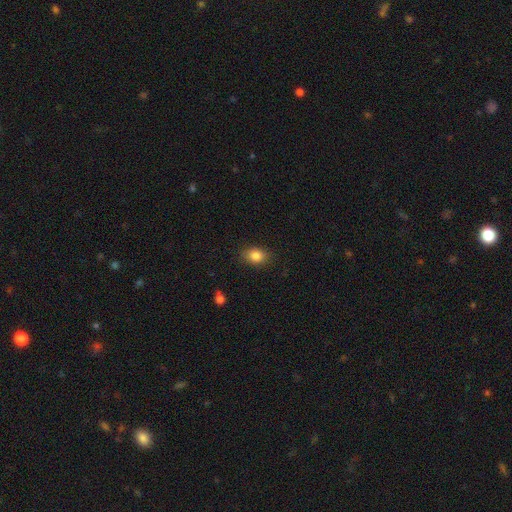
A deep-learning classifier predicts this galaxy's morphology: type=smooth (85%); roundness=in between (65%); merging=none (86%).